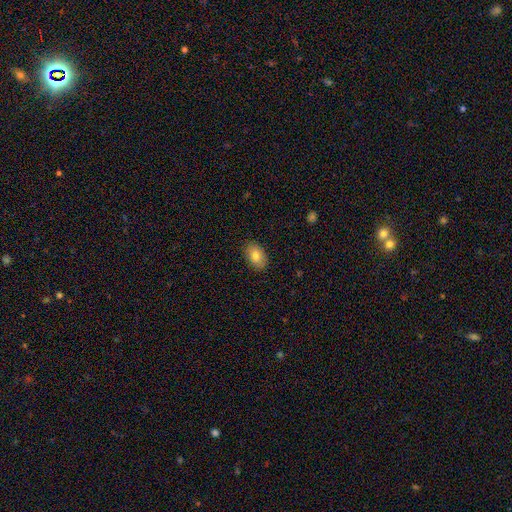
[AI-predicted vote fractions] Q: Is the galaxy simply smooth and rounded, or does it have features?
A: smooth — 80%.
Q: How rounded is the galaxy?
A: in between — 88%.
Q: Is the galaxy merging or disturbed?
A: none — 88%.